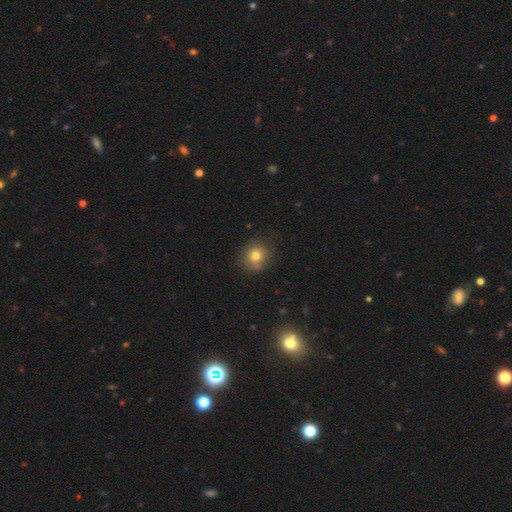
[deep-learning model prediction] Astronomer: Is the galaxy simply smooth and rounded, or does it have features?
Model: smooth — 77%.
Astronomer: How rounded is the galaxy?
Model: round — 85%.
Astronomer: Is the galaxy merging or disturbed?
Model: none — 78%.